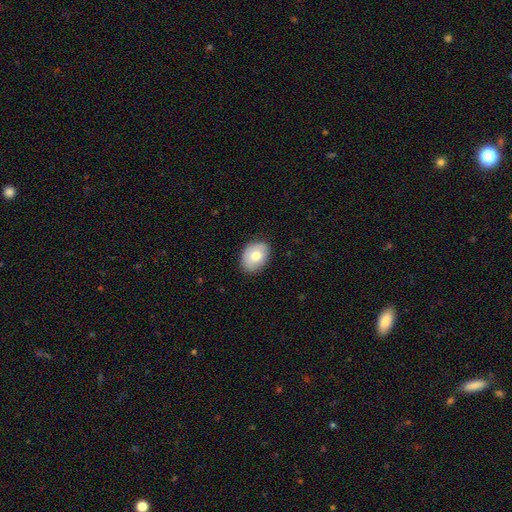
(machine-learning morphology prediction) Smooth or featured? Predicted: smooth (p=0.74). How rounded? Predicted: in between (p=0.70). Merging? Predicted: none (p=0.81).